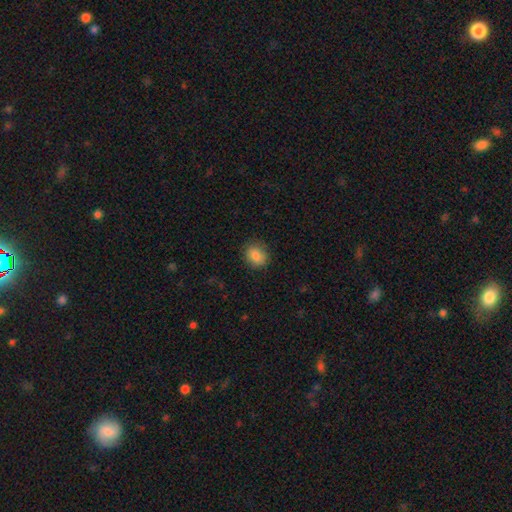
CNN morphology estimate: A smooth galaxy with no disk features (87%) that is round (64%).

Vote fractions:
- Smooth or featured? smooth: 87% / star or artifact: 9% / featured or disk: 5%
- How rounded? round: 64% / in between: 35% / cigar-shaped: 1%
- Merging? none: 85% / minor disturbance: 11% / major disturbance: 3% / merger: 1%